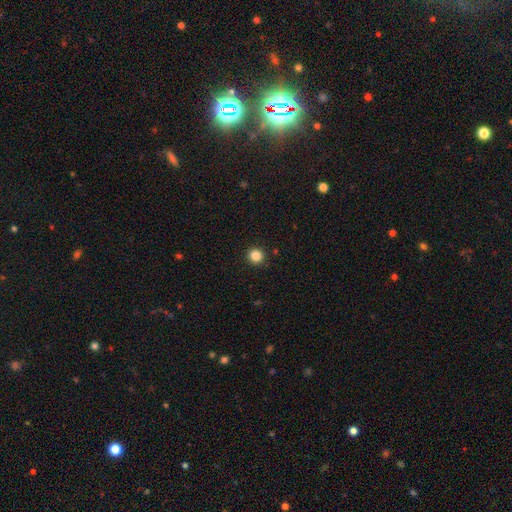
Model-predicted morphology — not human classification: Smooth or featured?
  - smooth: 85% *
  - star or artifact: 12%
  - featured or disk: 3%
How rounded?
  - round: 93% *
  - in between: 6%
  - cigar-shaped: 1%
Merging?
  - none: 92% *
  - minor disturbance: 5%
  - major disturbance: 2%
  - merger: 1%